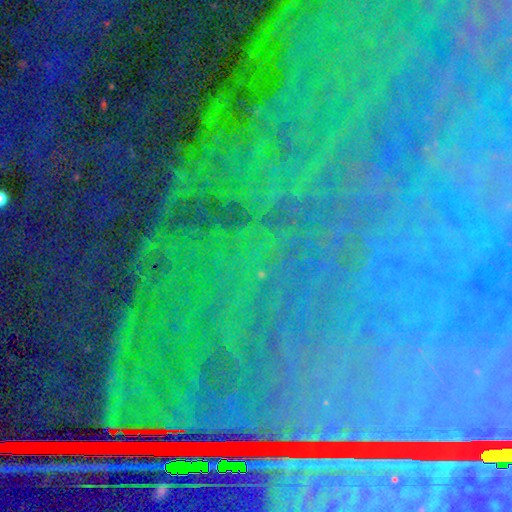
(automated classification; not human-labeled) smooth_or_featured: star or artifact (p=0.86) [alt: featured or disk p=0.08]